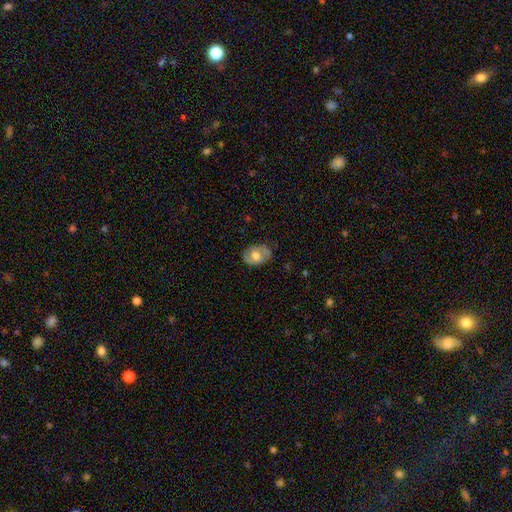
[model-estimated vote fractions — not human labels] Smooth or featured: smooth — 50% (featured or disk — 43%)
How rounded: in between — 72% (round — 27%)
Merging: none — 76% (minor disturbance — 18%)